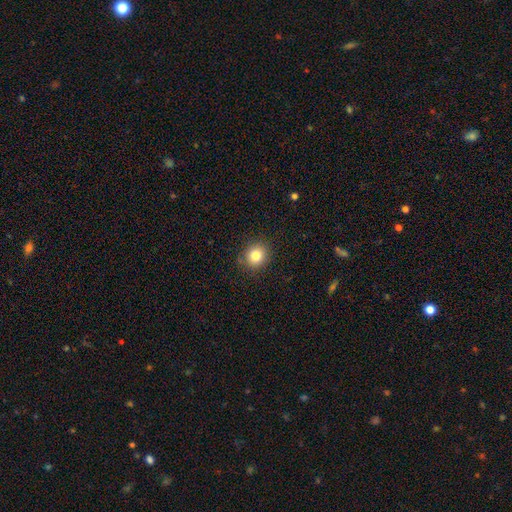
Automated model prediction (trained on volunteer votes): Q: Smooth or featured?
A: smooth (82%); runner-up: star or artifact (11%)
Q: How rounded?
A: round (83%); runner-up: in between (17%)
Q: Merging?
A: none (88%); runner-up: minor disturbance (9%)